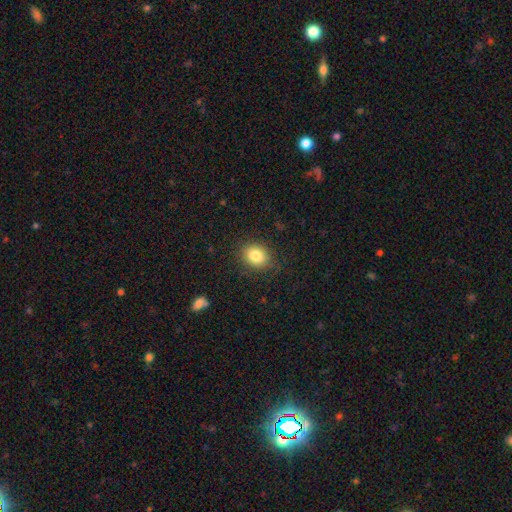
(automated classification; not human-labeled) A smooth galaxy with no disk features (83%) that is round (58%).

Vote fractions:
- Smooth or featured? smooth: 83% / star or artifact: 10% / featured or disk: 7%
- How rounded? round: 58% / in between: 41% / cigar-shaped: 1%
- Merging? none: 85% / minor disturbance: 11% / major disturbance: 3% / merger: 1%